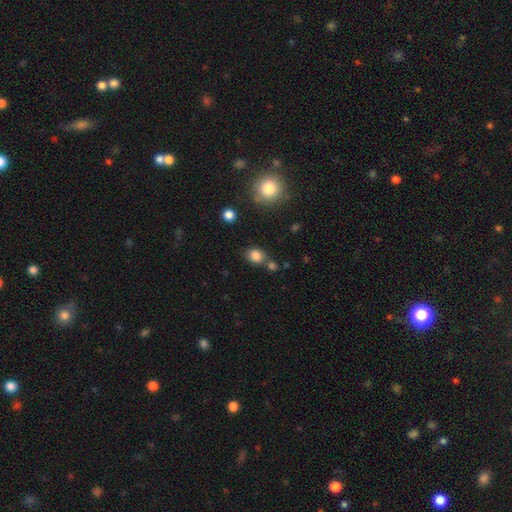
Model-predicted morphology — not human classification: Smooth or featured? smooth (83%)
How rounded? round (51%)
Merging? none (65%)